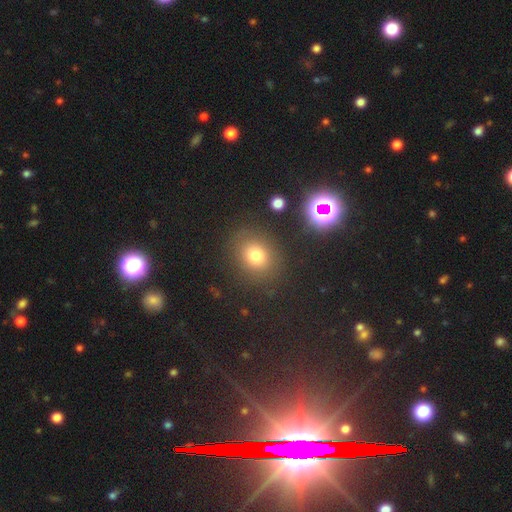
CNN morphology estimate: This is likely a smooth galaxy (76%). How rounded: likely round (60%). Merging: clearly none (82%).